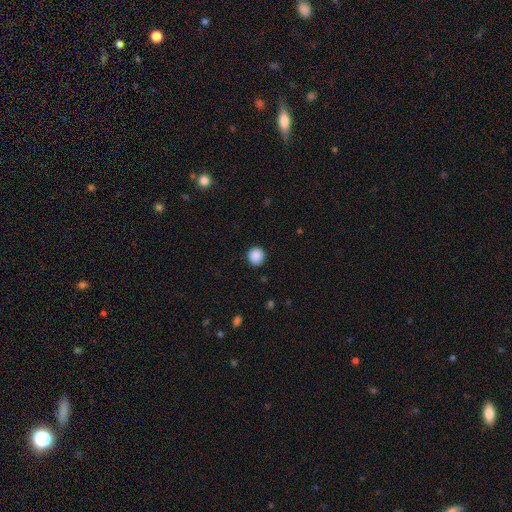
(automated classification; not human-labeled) Smooth or featured? Predicted: smooth (p=0.89). How rounded? Predicted: round (p=0.92). Merging? Predicted: none (p=0.91).